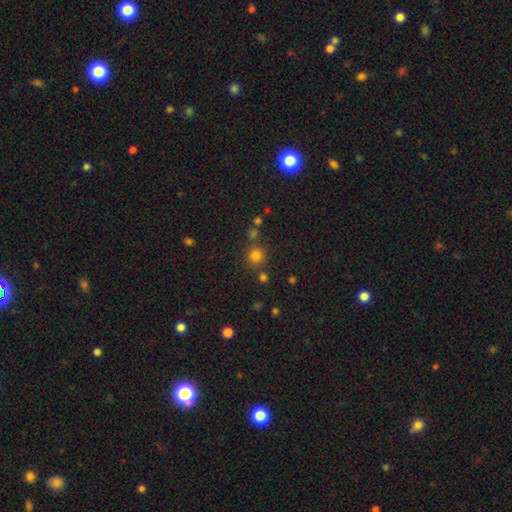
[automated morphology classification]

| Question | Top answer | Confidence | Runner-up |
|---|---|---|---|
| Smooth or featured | smooth | 77% | star or artifact (17%) |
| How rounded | round | 89% | in between (10%) |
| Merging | none | 76% | merger (11%) |